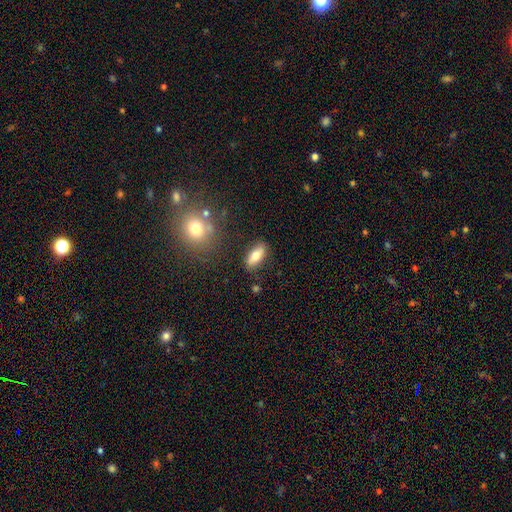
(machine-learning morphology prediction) Smooth or featured: smooth — 72% (featured or disk — 20%)
How rounded: in between — 78% (cigar-shaped — 19%)
Merging: none — 83% (minor disturbance — 11%)